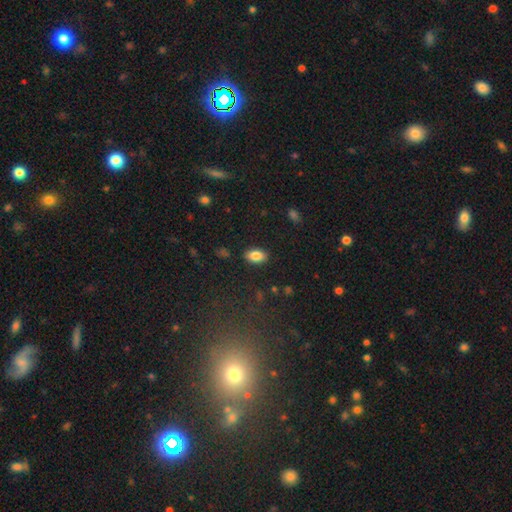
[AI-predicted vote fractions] A smooth galaxy with no disk features (85%) that is in between round and cigar-shaped (91%). Merging: none (88%).